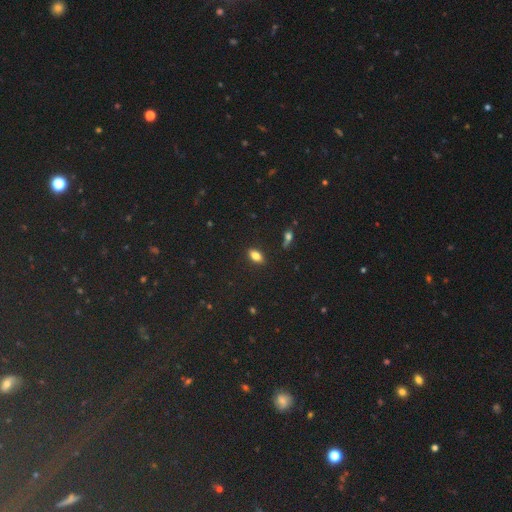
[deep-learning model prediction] Q: Smooth or featured?
A: smooth (78%); runner-up: star or artifact (12%)
Q: How rounded?
A: in between (86%); runner-up: round (7%)
Q: Merging?
A: none (86%); runner-up: minor disturbance (9%)